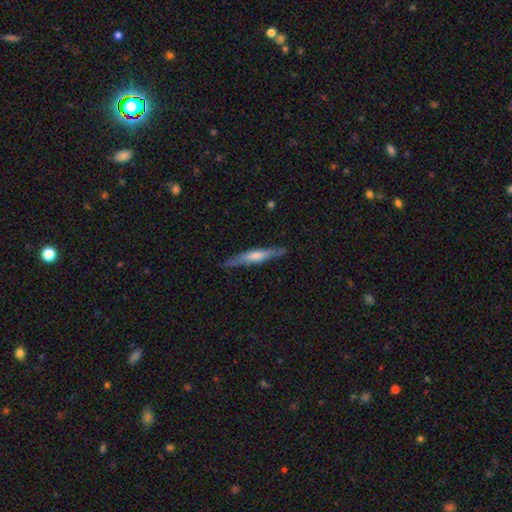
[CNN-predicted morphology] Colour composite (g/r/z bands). It shows a featured or disk galaxy (55%) viewed edge-on (94%) with a rounded central bulge (50%). Merging: none (84%).